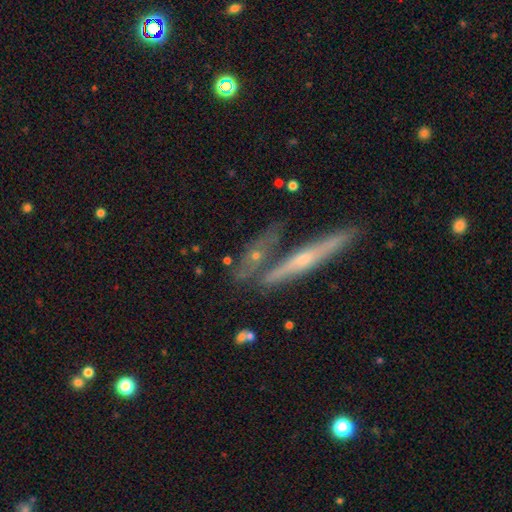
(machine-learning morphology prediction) A featured or disk galaxy (55%) viewed edge-on (82%). Merging: none (64%).